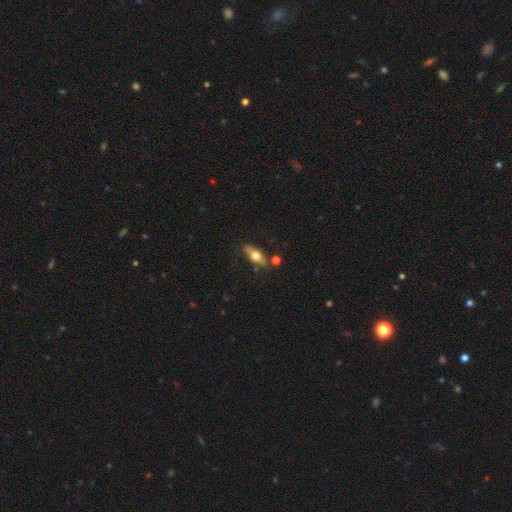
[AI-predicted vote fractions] Smooth or featured? Predicted: smooth (p=0.48). Merging? Predicted: none (p=0.77).